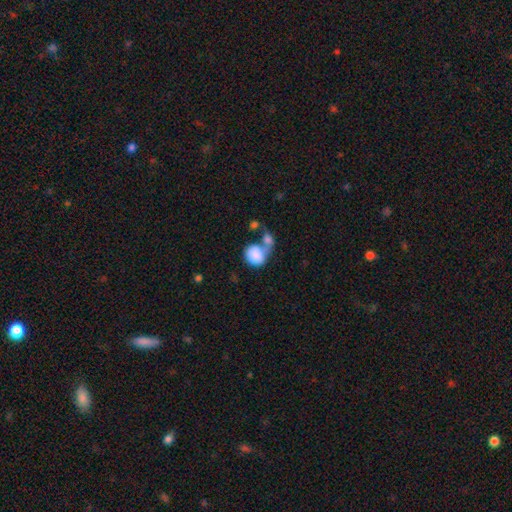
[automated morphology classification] smooth_or_featured: smooth (p=0.83) [alt: featured or disk p=0.10]
how_rounded: round (p=0.58) [alt: in between p=0.41]
merging: merger (p=0.51) [alt: none p=0.26]